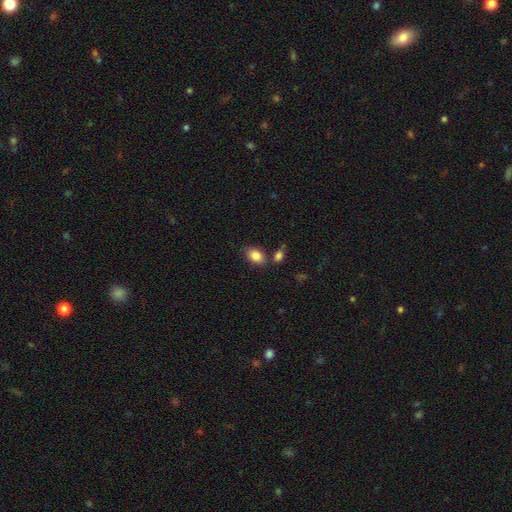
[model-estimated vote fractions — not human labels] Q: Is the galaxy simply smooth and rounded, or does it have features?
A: smooth — 85%.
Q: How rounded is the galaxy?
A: in between — 86%.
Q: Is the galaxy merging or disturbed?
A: none — 73%.